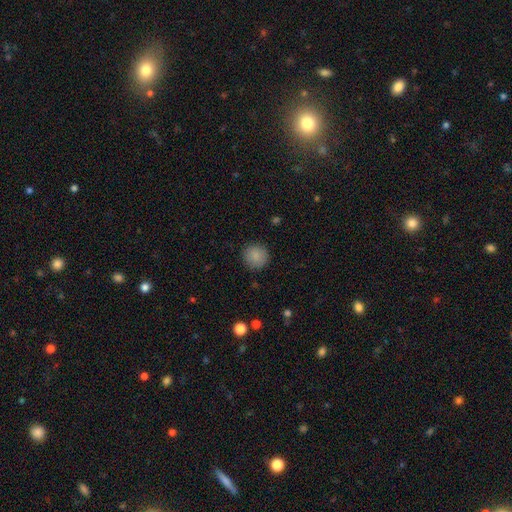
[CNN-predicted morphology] Smooth or featured? Predicted: smooth (p=0.87). How rounded? Predicted: round (p=0.94). Merging? Predicted: none (p=0.90).